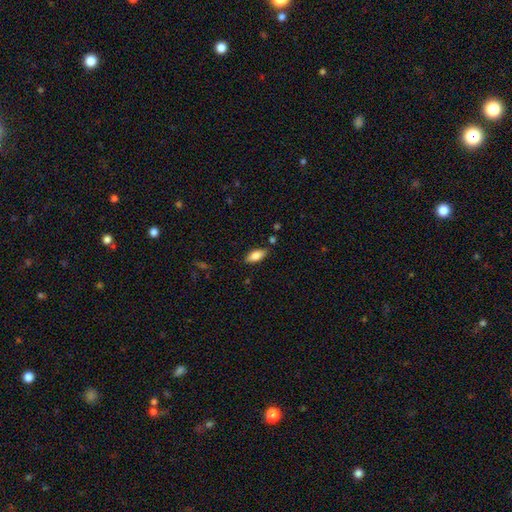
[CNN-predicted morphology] This is likely a smooth galaxy (79%). How rounded: clearly in between (83%). Merging: clearly none (83%).